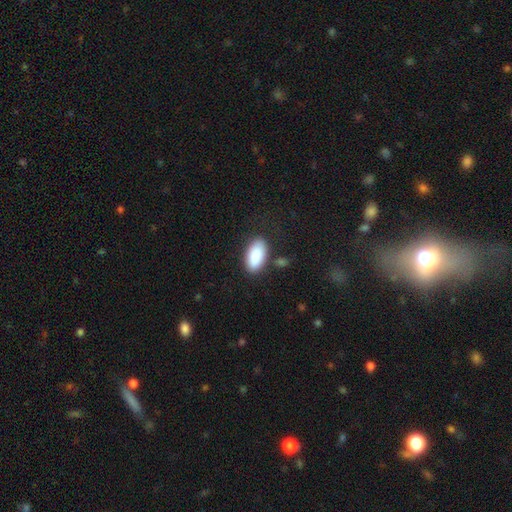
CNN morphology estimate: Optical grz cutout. It shows a smooth galaxy with no disk features (90%) that is in between round and cigar-shaped (94%). Merging: none (80%).